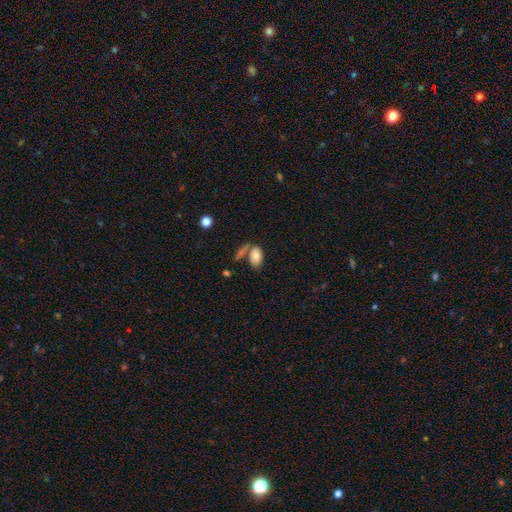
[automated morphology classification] Overall: smooth (79%). How rounded: in between (90%). Merging: none (49%; merger 29%).